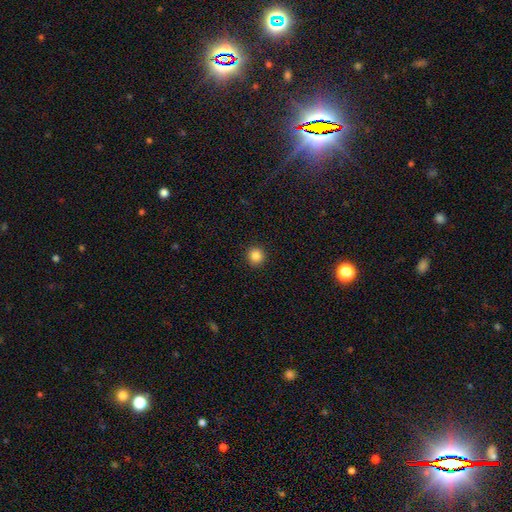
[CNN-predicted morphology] This is clearly a smooth galaxy (85%). How rounded: clearly round (95%). Merging: clearly none (93%).